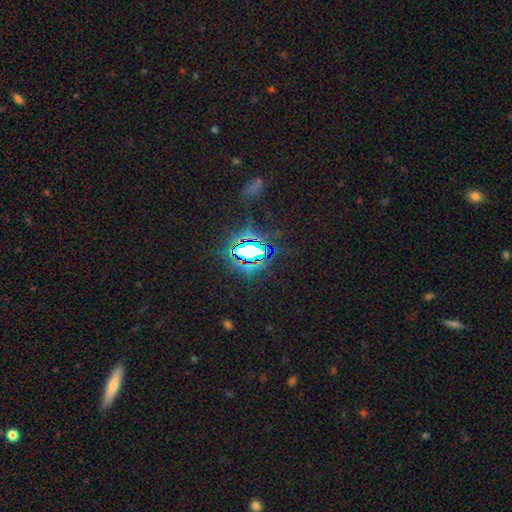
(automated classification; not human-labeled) The model was most divided on "smooth or featured": star or artifact: 76%, smooth: 15%, featured or disk: 9%.